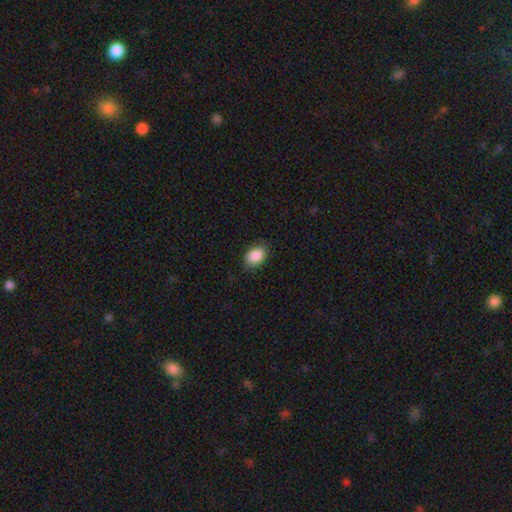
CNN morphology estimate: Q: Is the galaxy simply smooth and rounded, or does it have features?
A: smooth — 89%.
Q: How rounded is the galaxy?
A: in between — 81%.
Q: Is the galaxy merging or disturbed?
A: none — 83%.